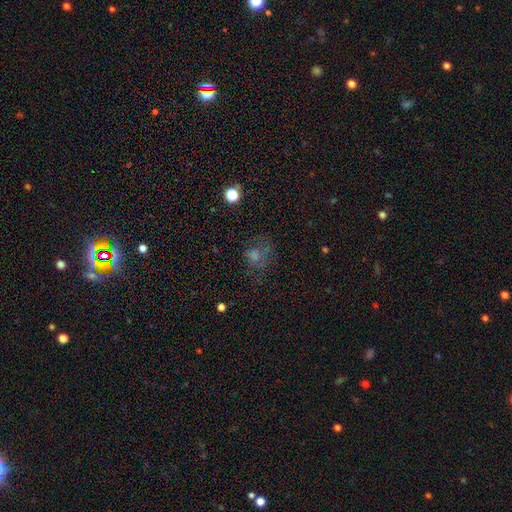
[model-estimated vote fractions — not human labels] The model was most divided on "merging": none: 46%, major disturbance: 29%, minor disturbance: 21%, merger: 4%. More confident: how rounded — round (59%); smooth or featured — smooth (57%).